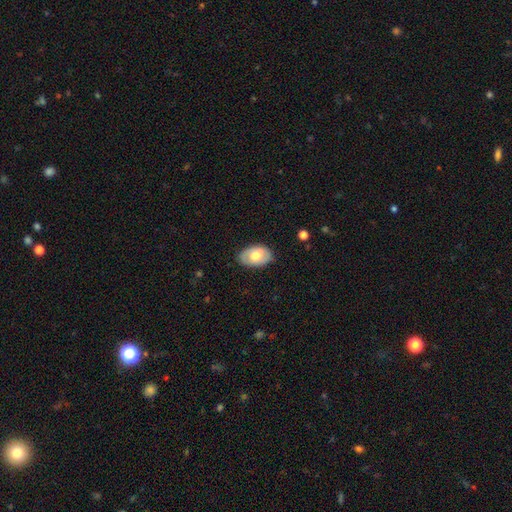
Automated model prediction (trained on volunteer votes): Q: Smooth or featured?
A: smooth (56%); runner-up: featured or disk (38%)
Q: How rounded?
A: in between (89%); runner-up: round (10%)
Q: Merging?
A: none (80%); runner-up: minor disturbance (15%)